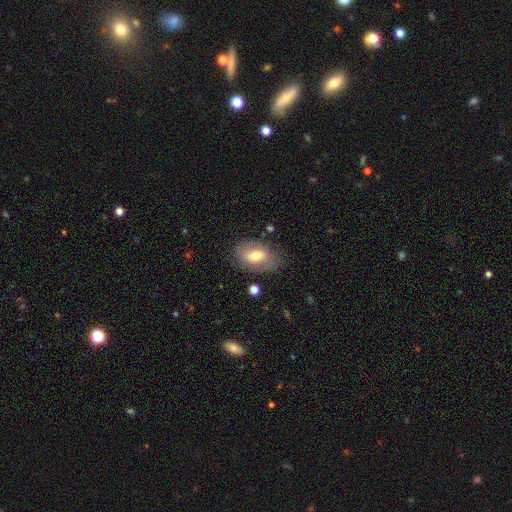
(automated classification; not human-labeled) Morphology: type=smooth (55%); roundness=in between (87%); merging=none (74%).